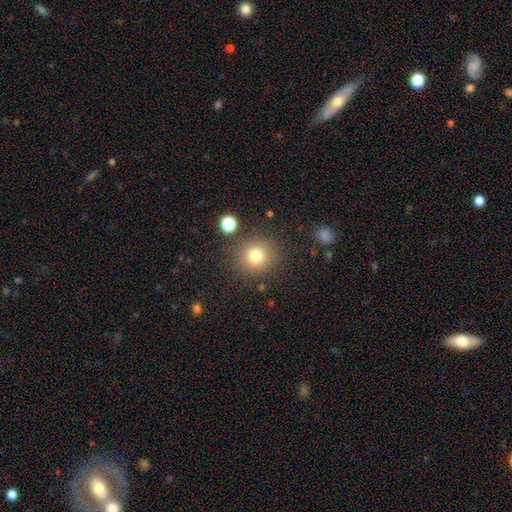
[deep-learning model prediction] Smooth or featured?
  - smooth: 78% *
  - star or artifact: 14%
  - featured or disk: 8%
How rounded?
  - round: 90% *
  - in between: 9%
  - cigar-shaped: 1%
Merging?
  - none: 85% *
  - minor disturbance: 8%
  - major disturbance: 4%
  - merger: 3%